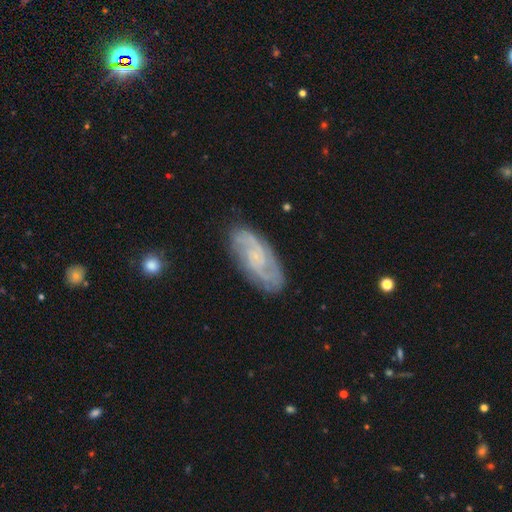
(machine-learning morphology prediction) Smooth or featured? Predicted: featured or disk (p=0.76). Edge-on disk? Predicted: no (p=0.94). Bar? Predicted: no (p=0.58). Spiral arms? Predicted: yes (p=0.94). Spiral winding? Predicted: tight (p=0.43). Spiral arm count? Predicted: 2 (p=0.48). Bulge size? Predicted: small (p=0.49). Merging? Predicted: none (p=0.81).